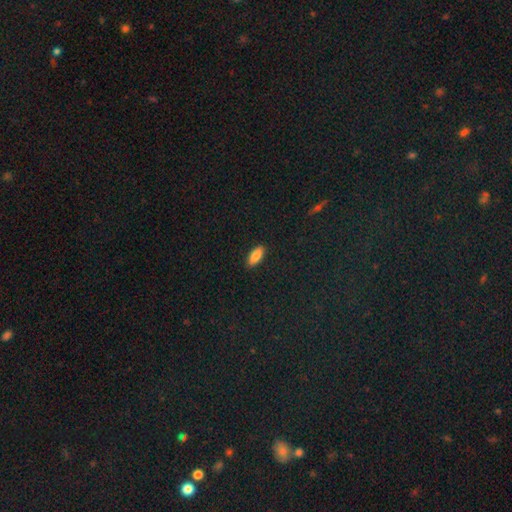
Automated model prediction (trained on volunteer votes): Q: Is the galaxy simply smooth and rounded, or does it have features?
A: smooth — 84%.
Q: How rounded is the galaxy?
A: in between — 80%.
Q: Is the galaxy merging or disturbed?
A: none — 89%.